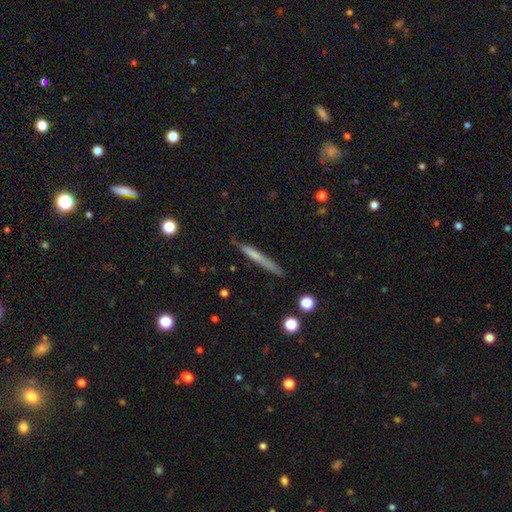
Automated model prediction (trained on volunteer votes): A smooth galaxy with no disk features (60%) that is cigar-shaped (96%). Merging: none (83%).